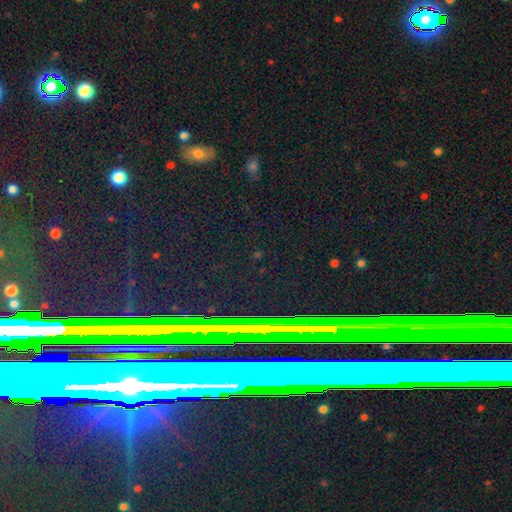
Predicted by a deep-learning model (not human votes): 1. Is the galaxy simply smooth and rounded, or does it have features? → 81% star or artifact, 10% featured or disk, 9% smooth.